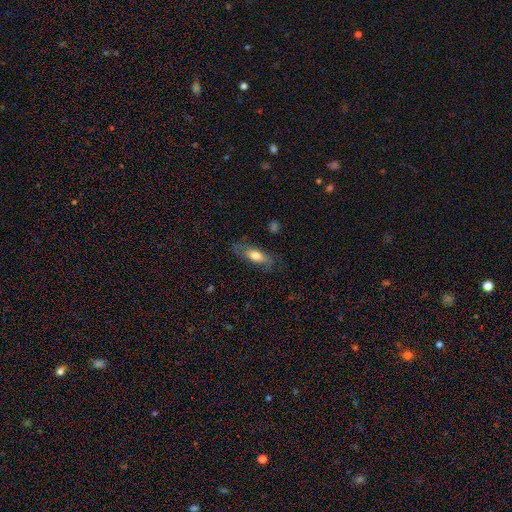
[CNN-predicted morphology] A smooth galaxy with no disk features (63%) that is in between round and cigar-shaped (62%). Merging: none (68%).